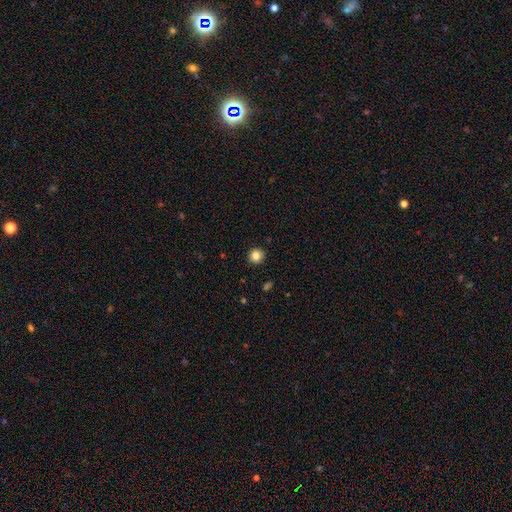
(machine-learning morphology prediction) A smooth galaxy with no disk features (84%) that is round (90%).

Vote fractions:
- Smooth or featured? smooth: 84% / star or artifact: 10% / featured or disk: 6%
- How rounded? round: 90% / in between: 10% / cigar-shaped: 1%
- Merging? none: 92% / minor disturbance: 6% / major disturbance: 2% / merger: 1%